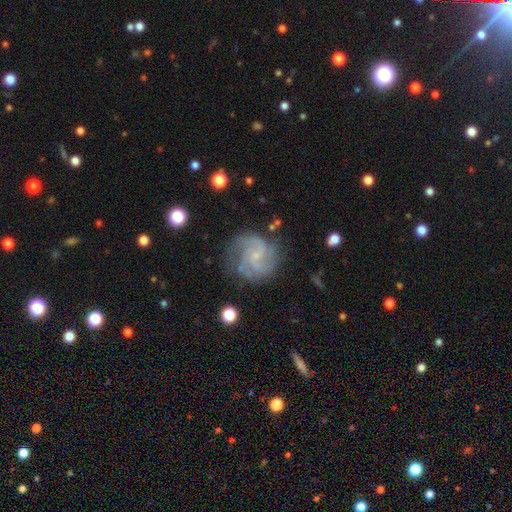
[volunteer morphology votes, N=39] Volunteers were most divided on "spiral winding": tight: 54%, medium: 43%, loose: 3%. More confident: edge-on disk — no (100%); spiral arms — yes (97%); smooth or featured — featured or disk (92%); merging — none (79%); bar — no (69%); bulge size — small (69%); spiral arm count — 3 (66%).